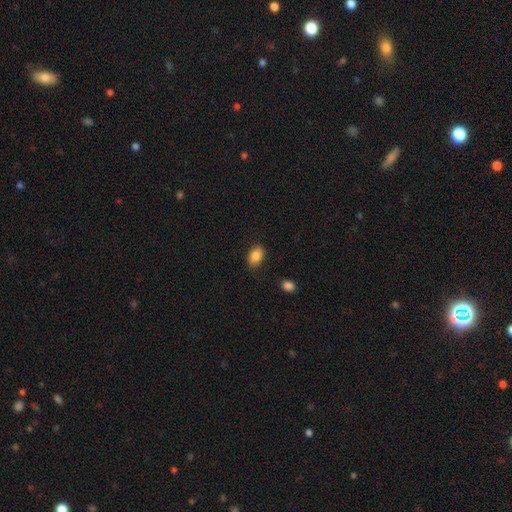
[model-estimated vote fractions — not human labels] Smooth or featured: smooth — 85% (star or artifact — 8%)
How rounded: in between — 88% (round — 11%)
Merging: none — 84% (minor disturbance — 12%)